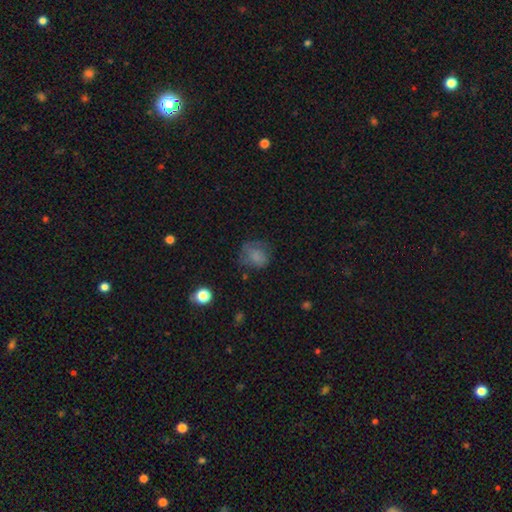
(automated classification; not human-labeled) Morphology: type=smooth (70%); roundness=round (62%); merging=none (51%).